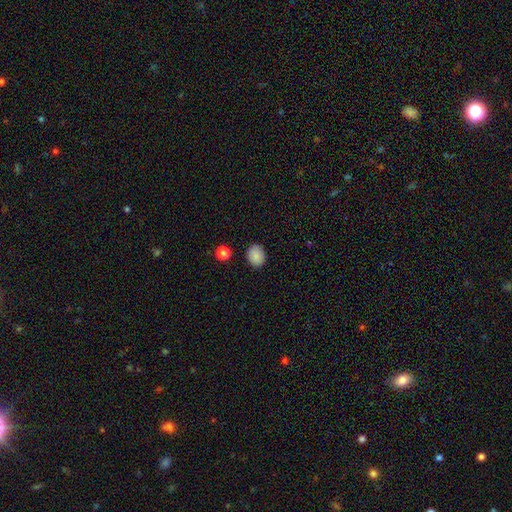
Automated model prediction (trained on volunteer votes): smooth_or_featured: smooth (p=0.88) [alt: star or artifact p=0.09]
how_rounded: round (p=0.52) [alt: in between p=0.47]
merging: none (p=0.88) [alt: minor disturbance p=0.08]